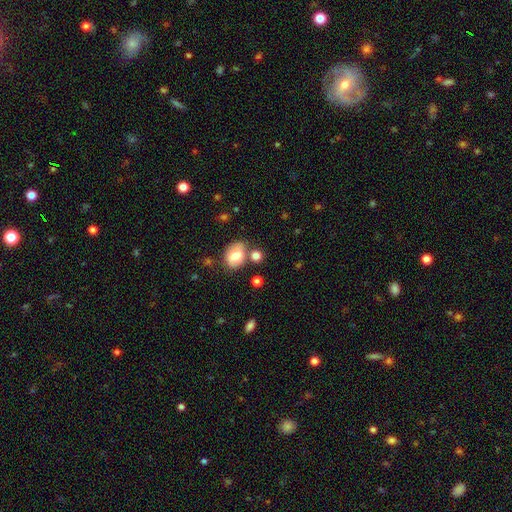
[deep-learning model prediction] This is likely a smooth galaxy (74%). How rounded: possibly round (51%). Merging: likely none (60%).